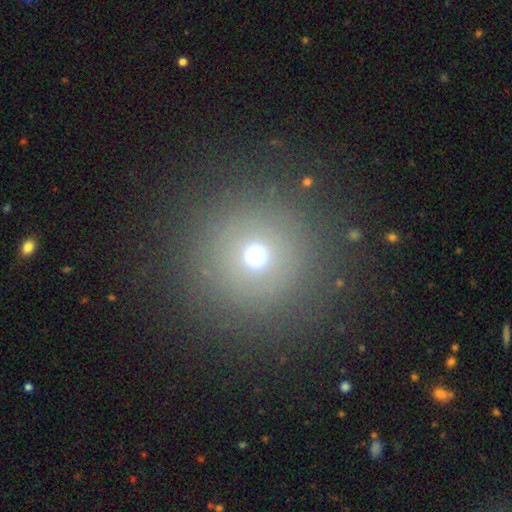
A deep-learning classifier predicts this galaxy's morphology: Smooth or featured?
  - smooth: 65% *
  - star or artifact: 21%
  - featured or disk: 14%
How rounded?
  - round: 95% *
  - in between: 4%
  - cigar-shaped: 1%
Merging?
  - none: 86% *
  - minor disturbance: 8%
  - major disturbance: 5%
  - merger: 1%